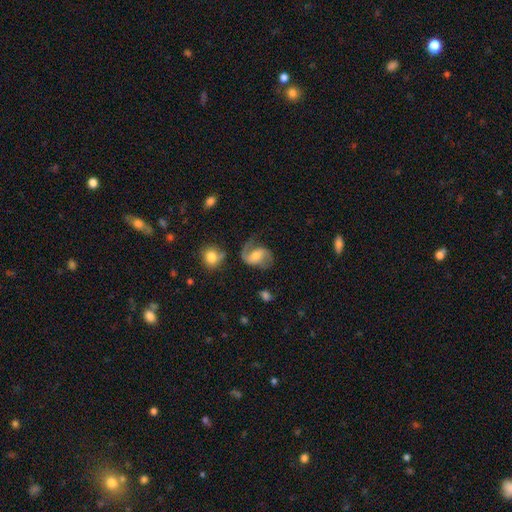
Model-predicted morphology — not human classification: Overall: featured or disk (77%). Edge-on disk: no (98%). Bar: weak (46%; no 36%). Spiral arms: yes (94%). Spiral arm count: 2 (76%). Spiral winding: medium (47%; loose 39%). Bulge size: moderate (50%; small 32%). Merging: none (55%; minor disturbance 20%).